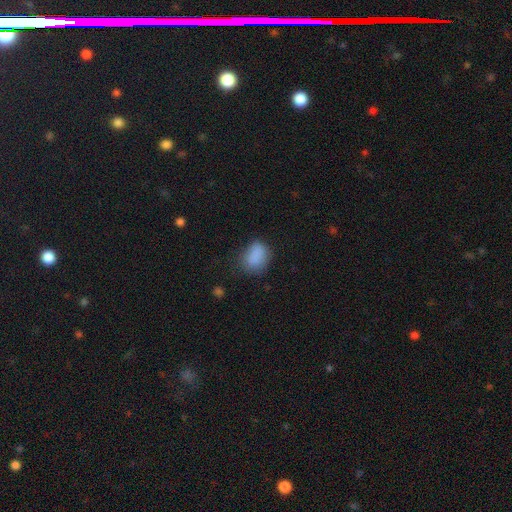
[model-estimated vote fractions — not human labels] Morphology: type=smooth (84%); roundness=in between (72%); merging=none (62%).